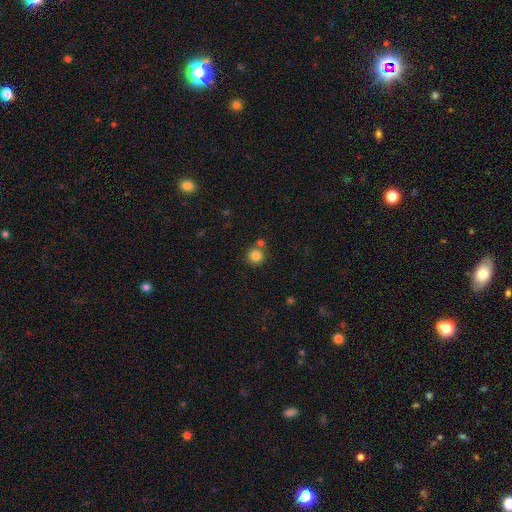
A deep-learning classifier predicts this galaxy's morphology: type=smooth (84%); roundness=round (93%); merging=none (73%).